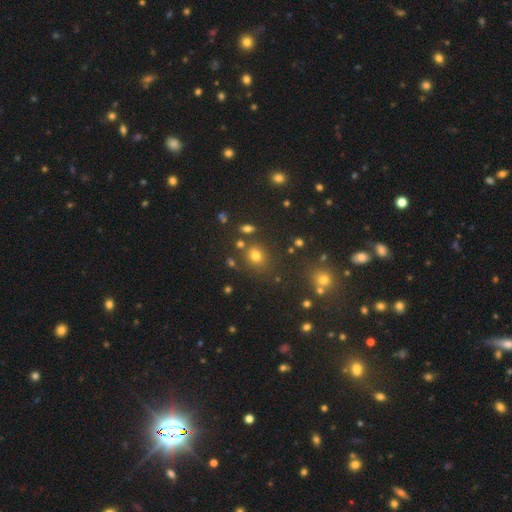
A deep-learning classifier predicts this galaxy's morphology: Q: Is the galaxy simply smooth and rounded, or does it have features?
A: smooth — 70%.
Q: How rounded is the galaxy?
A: round — 68%.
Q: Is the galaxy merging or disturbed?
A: none — 77%.